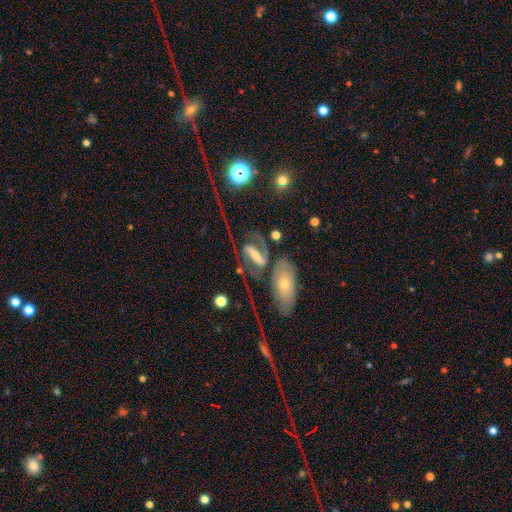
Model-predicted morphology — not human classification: A featured or disk galaxy (75%) with a strong bar (54%), 2 (82%) medium (44%) spiral arms (88%) and a small central bulge (42%). Merging: none (42%).